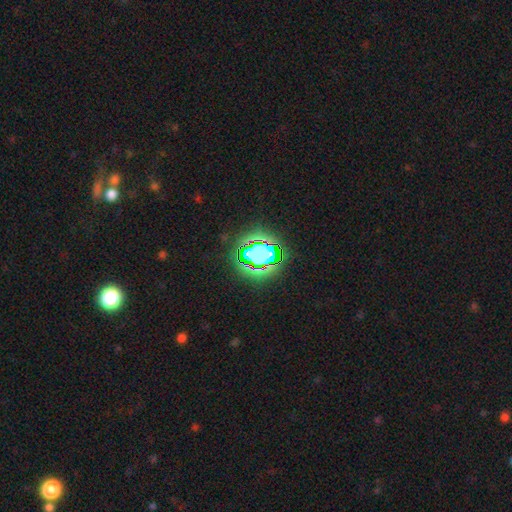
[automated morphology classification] type=star or artifact (59%).